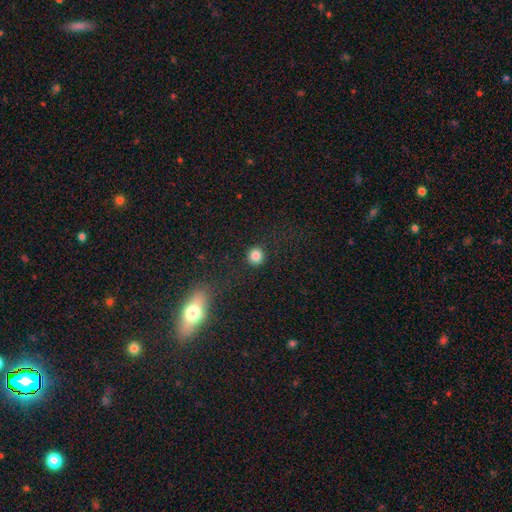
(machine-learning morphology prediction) smooth_or_featured: smooth (p=0.84) [alt: star or artifact p=0.11]
how_rounded: round (p=0.93) [alt: in between p=0.06]
merging: none (p=0.90) [alt: minor disturbance p=0.06]